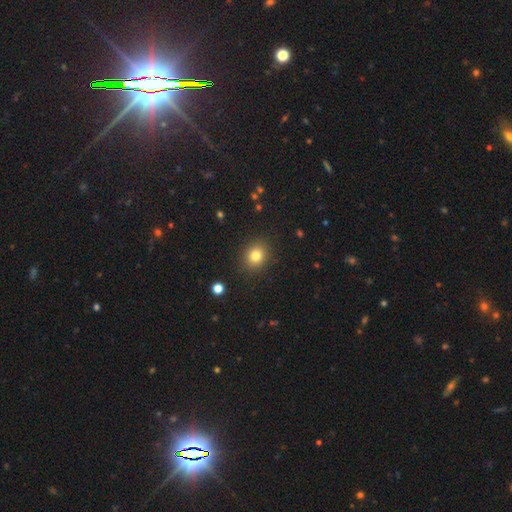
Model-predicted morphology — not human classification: A smooth galaxy with no disk features (81%) that is round (69%).

Vote fractions:
- Smooth or featured? smooth: 81% / star or artifact: 12% / featured or disk: 7%
- How rounded? round: 69% / in between: 31% / cigar-shaped: 1%
- Merging? none: 88% / minor disturbance: 8% / major disturbance: 3% / merger: 1%